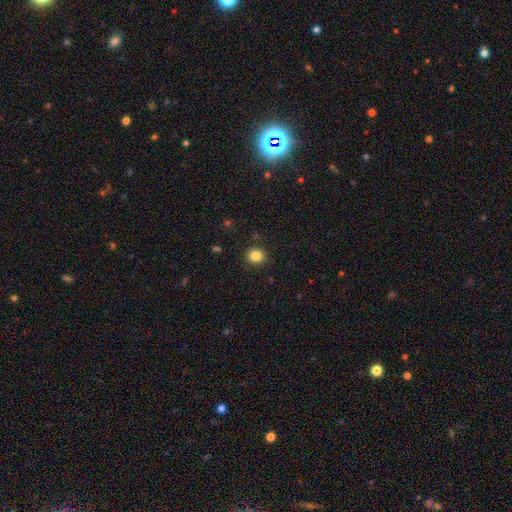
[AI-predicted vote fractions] This is clearly a smooth galaxy (84%). How rounded: clearly round (82%). Merging: clearly none (89%).